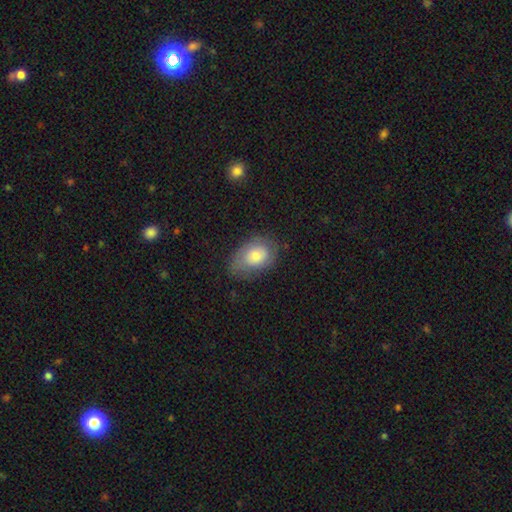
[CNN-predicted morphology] Overall: smooth (65%; featured or disk 28%). How rounded: in between (80%). Merging: none (64%; minor disturbance 25%).